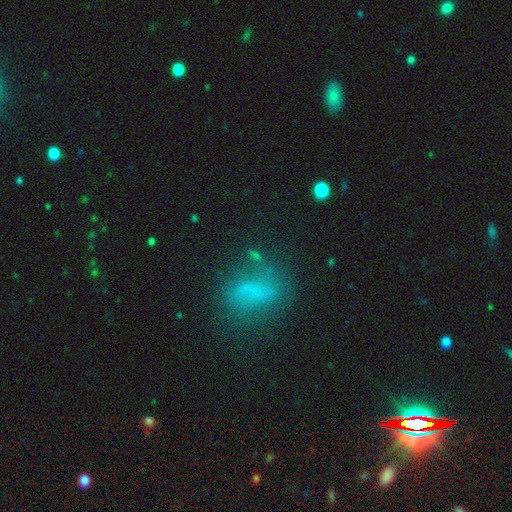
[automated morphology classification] A smooth galaxy with no disk features (43%).

Vote fractions:
- Smooth or featured? smooth: 43% / featured or disk: 34% / star or artifact: 23%
- Merging? none: 57% / minor disturbance: 21% / major disturbance: 15% / merger: 6%